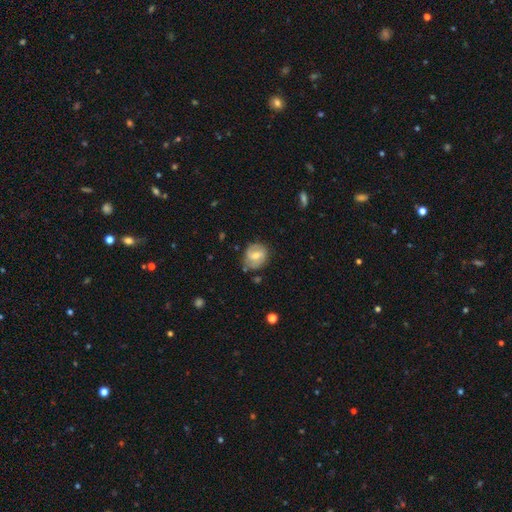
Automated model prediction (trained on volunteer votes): Morphology: type=featured or disk (53%); edge-on=no (97%); bar=weak (53%); spiral arms=yes (76%); bulge=moderate (57%); merging=none (72%).